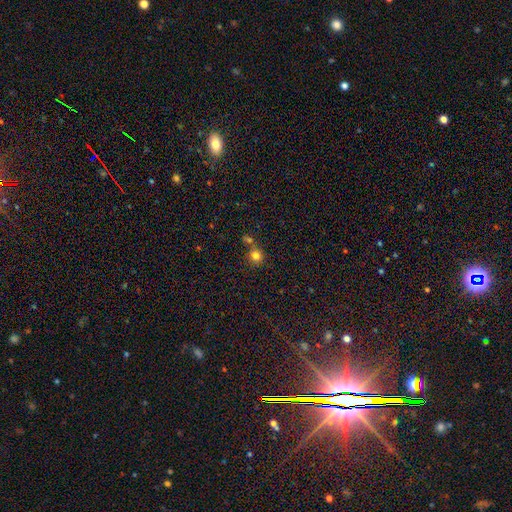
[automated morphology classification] Smooth or featured: smooth — 80% (star or artifact — 14%)
How rounded: round — 89% (in between — 10%)
Merging: none — 64% (merger — 22%)